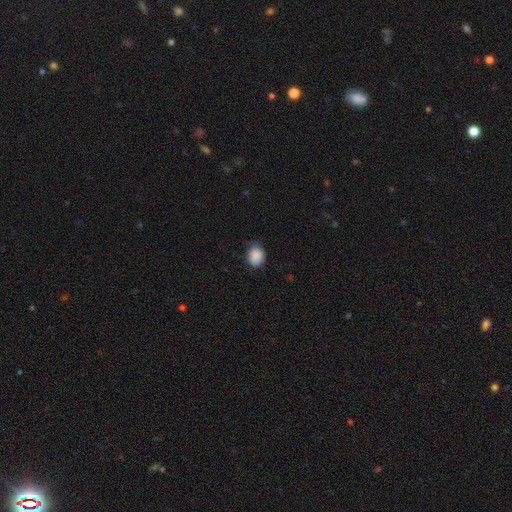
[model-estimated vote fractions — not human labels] Smooth or featured?
  - smooth: 88% *
  - star or artifact: 8%
  - featured or disk: 4%
How rounded?
  - round: 50% *
  - in between: 49%
  - cigar-shaped: 1%
Merging?
  - none: 75% *
  - minor disturbance: 20%
  - major disturbance: 3%
  - merger: 1%